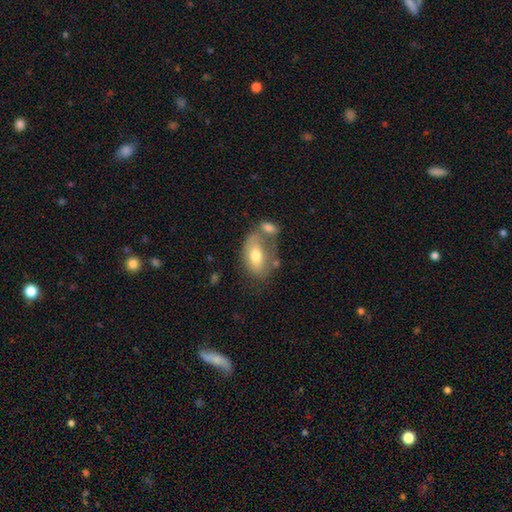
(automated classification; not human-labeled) Morphology: type=smooth (65%); roundness=in between (90%); merging=merger (37%).